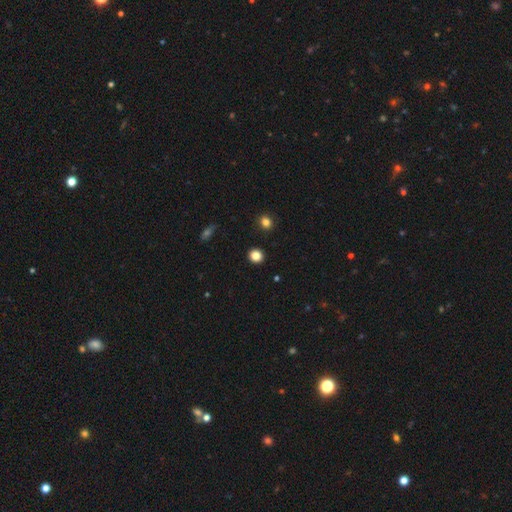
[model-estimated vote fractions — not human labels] Smooth or featured? smooth (85%)
How rounded? round (87%)
Merging? none (92%)